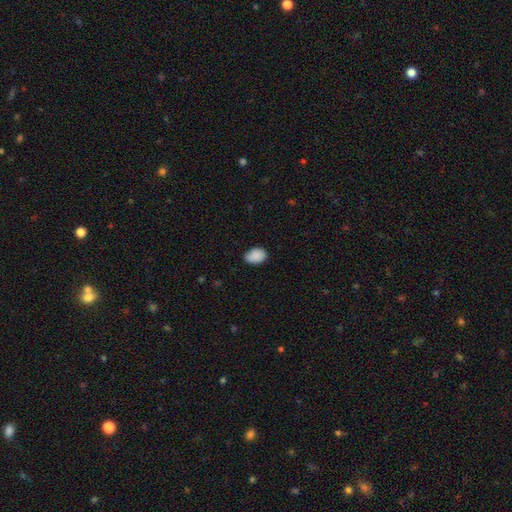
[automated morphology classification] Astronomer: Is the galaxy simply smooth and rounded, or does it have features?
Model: smooth — 89%.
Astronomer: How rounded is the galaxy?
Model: in between — 81%.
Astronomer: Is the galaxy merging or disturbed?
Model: none — 76%.